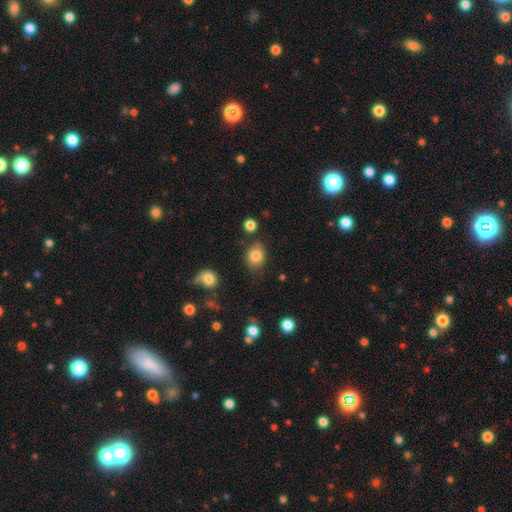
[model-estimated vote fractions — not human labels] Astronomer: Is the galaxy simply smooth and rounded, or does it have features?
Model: smooth — 83%.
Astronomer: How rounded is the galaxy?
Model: round — 58% (runner-up: in between, 41%).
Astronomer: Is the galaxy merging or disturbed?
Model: none — 75%.